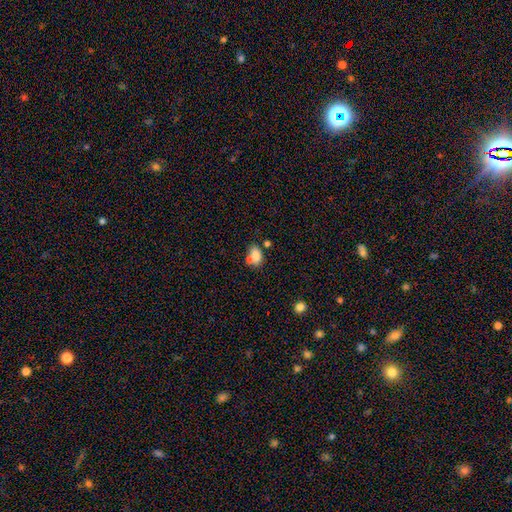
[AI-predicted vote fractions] Smooth or featured: smooth — 76% (featured or disk — 14%)
How rounded: in between — 79% (round — 18%)
Merging: none — 43% (merger — 36%)